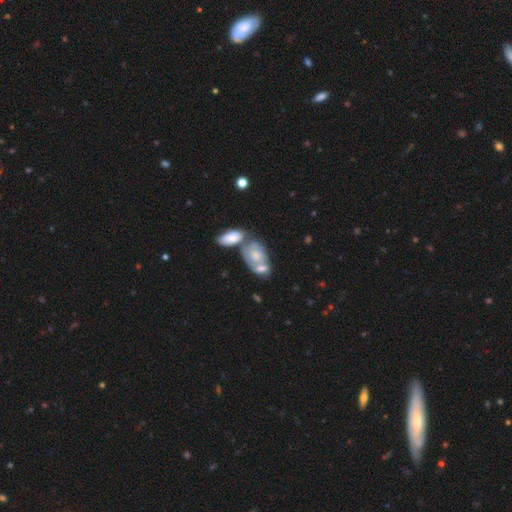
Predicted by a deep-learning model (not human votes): The model was most divided on "smooth or featured": smooth: 48%, featured or disk: 44%, star or artifact: 8%. More confident: merging — merger (56%).